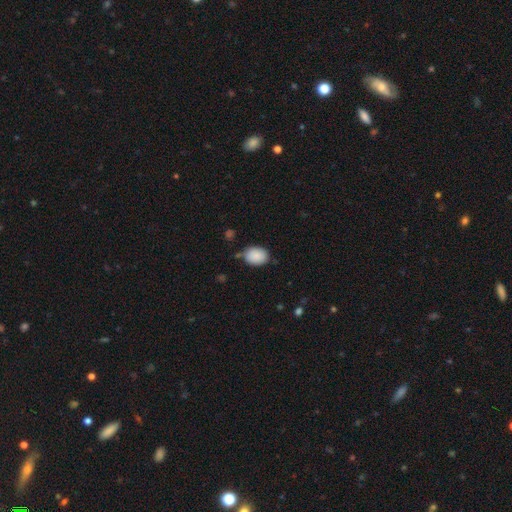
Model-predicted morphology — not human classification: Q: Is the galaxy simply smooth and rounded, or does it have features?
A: smooth — 90%.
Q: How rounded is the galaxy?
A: in between — 73%.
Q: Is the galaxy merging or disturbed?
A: none — 77%.